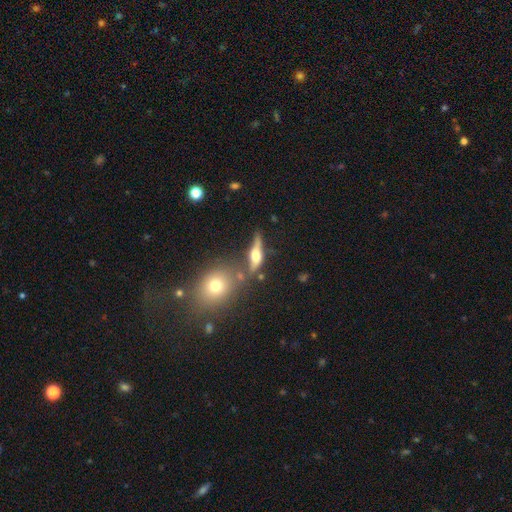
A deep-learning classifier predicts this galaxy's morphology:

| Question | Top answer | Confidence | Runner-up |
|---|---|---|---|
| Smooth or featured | featured or disk | 58% | smooth (32%) |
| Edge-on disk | yes | 85% | no (15%) |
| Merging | none | 54% | minor disturbance (18%) |